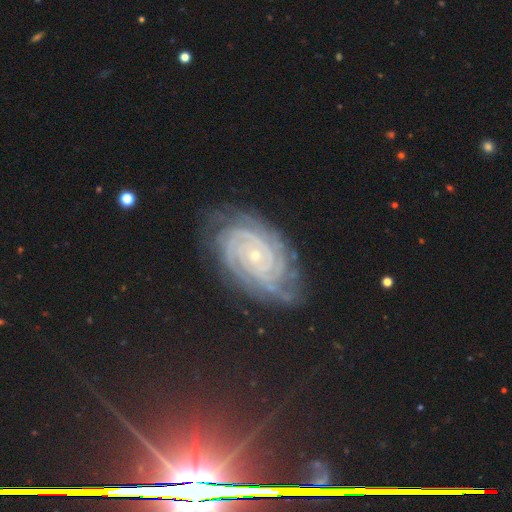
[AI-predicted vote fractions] Q: Smooth or featured?
A: featured or disk (86%); runner-up: star or artifact (9%)
Q: Edge-on disk?
A: no (97%); runner-up: yes (3%)
Q: Bar?
A: no (76%); runner-up: weak (16%)
Q: Spiral arms?
A: yes (98%); runner-up: no (2%)
Q: Spiral winding?
A: tight (87%); runner-up: medium (11%)
Q: Spiral arm count?
A: 2 (23%); runner-up: can't tell (19%)
Q: Bulge size?
A: small (82%); runner-up: moderate (14%)
Q: Merging?
A: none (77%); runner-up: minor disturbance (16%)